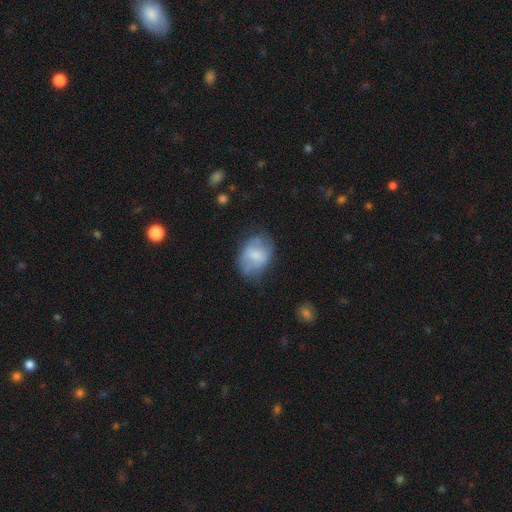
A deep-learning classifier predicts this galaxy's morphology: The model was most divided on "merging": none: 53%, minor disturbance: 30%, major disturbance: 15%, merger: 2%. More confident: how rounded — in between (71%); smooth or featured — smooth (59%).